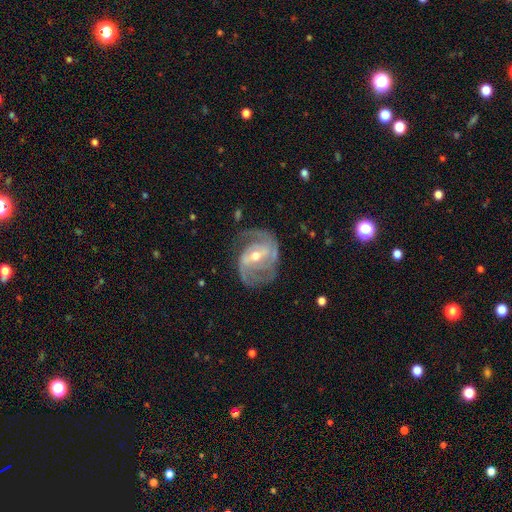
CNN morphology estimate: This appears to be a featured or disk galaxy (90%) with a weak bar (41%), 2 (64%) medium (49%) spiral arms (97%) and a moderate central bulge (54%). Merging: none (69%).